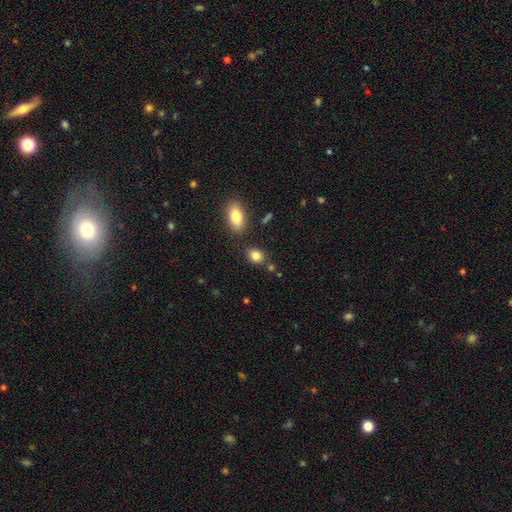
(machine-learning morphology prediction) Smooth or featured? smooth (85%)
How rounded? in between (56%)
Merging? none (78%)